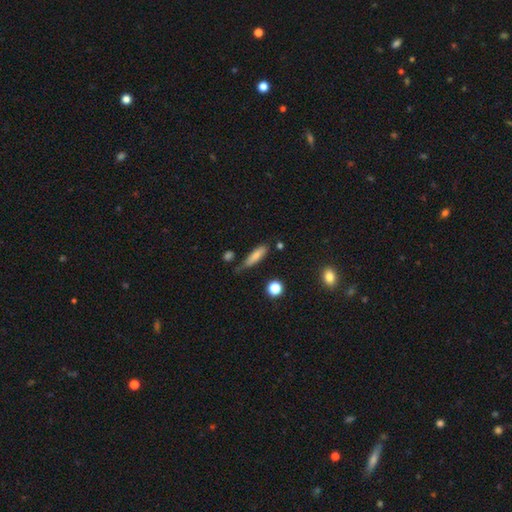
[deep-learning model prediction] smooth 77%, featured or disk 15%, star or artifact 8%. Down the decision tree: how rounded — cigar-shaped (65%); merging — none (63%).